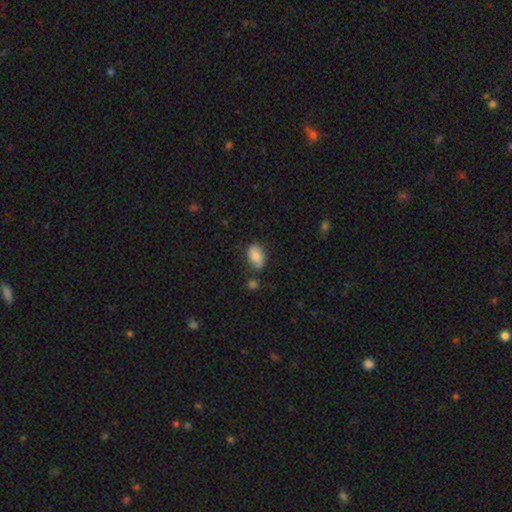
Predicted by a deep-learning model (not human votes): A smooth galaxy with no disk features (80%) that is in between round and cigar-shaped (91%).

Vote fractions:
- Smooth or featured? smooth: 80% / featured or disk: 12% / star or artifact: 7%
- How rounded? in between: 91% / round: 7% / cigar-shaped: 2%
- Merging? none: 70% / minor disturbance: 20% / merger: 6% / major disturbance: 4%